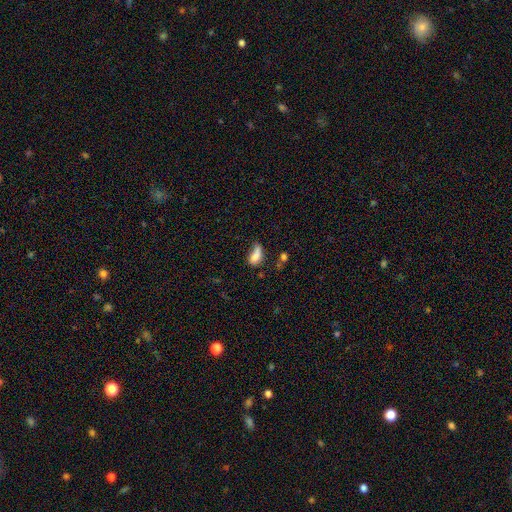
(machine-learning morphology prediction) type=smooth (76%); roundness=in between (81%); merging=none (32%).